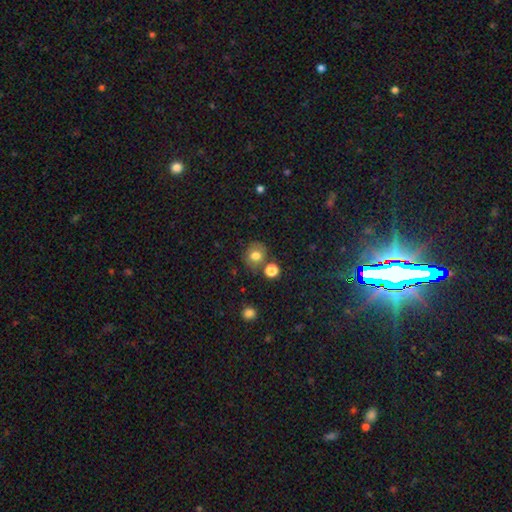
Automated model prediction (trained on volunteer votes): smooth-or-featured: smooth: 76% | star or artifact: 12% | featured or disk: 12%
  how-rounded: round: 78% | in between: 22% | cigar-shaped: 1%
  merging: none: 70% | minor disturbance: 14% | merger: 12% | major disturbance: 4%